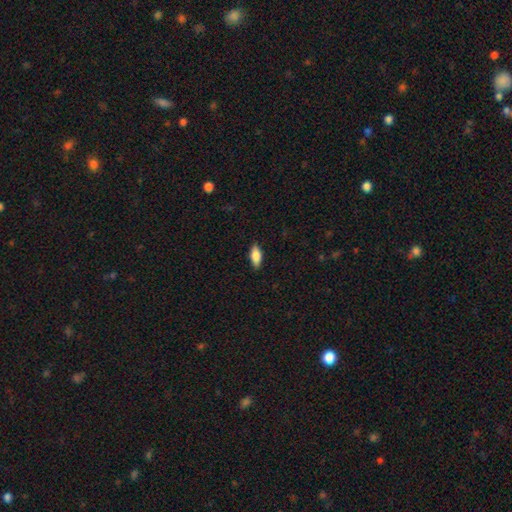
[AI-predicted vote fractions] This is clearly a smooth galaxy (82%). How rounded: clearly in between (82%). Merging: clearly none (87%).